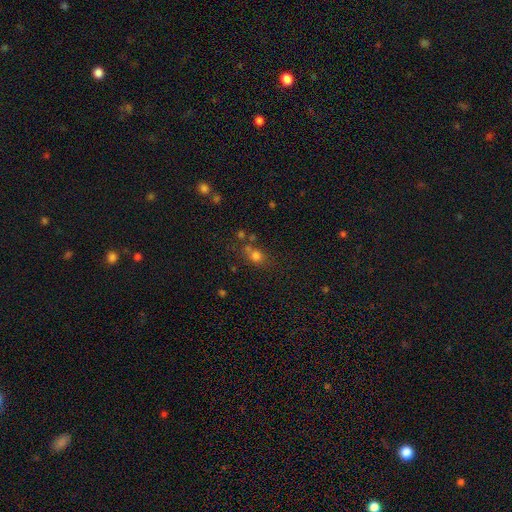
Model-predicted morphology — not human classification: Smooth or featured? Predicted: smooth (p=0.73). How rounded? Predicted: round (p=0.62). Merging? Predicted: none (p=0.58).